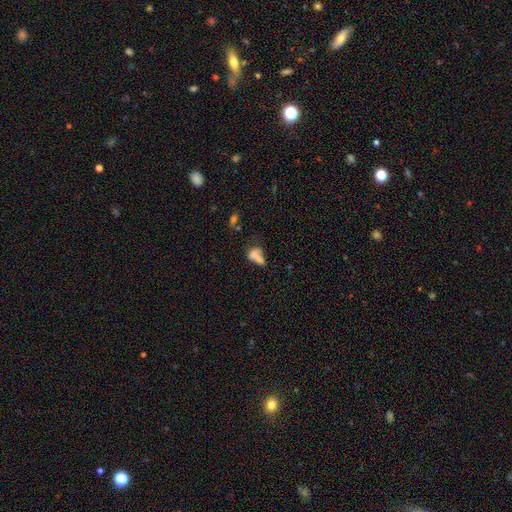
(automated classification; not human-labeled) This appears to be a smooth galaxy with no disk features (66%) that is in between round and cigar-shaped (69%). Merging: merger (56%).